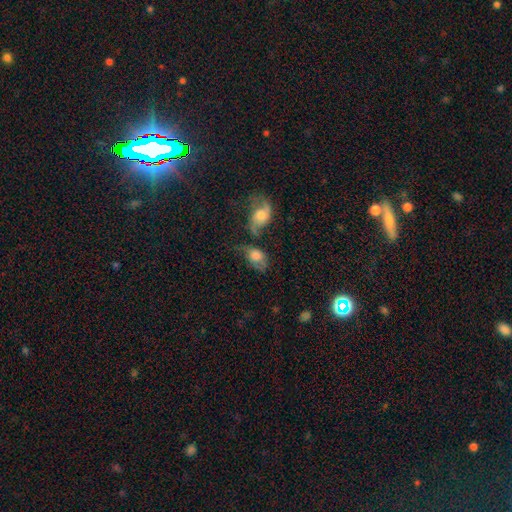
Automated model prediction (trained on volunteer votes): Overall: smooth (60%; featured or disk 31%). How rounded: in between (81%). Merging: merger (30%; none 29%).